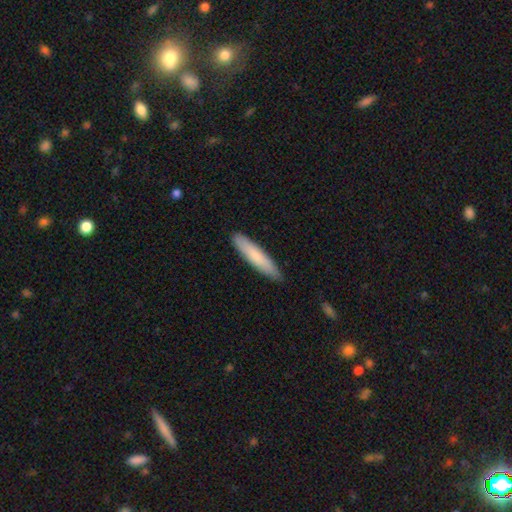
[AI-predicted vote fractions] Smooth or featured?
  - smooth: 79% *
  - featured or disk: 16%
  - star or artifact: 5%
How rounded?
  - cigar-shaped: 88% *
  - in between: 11%
  - round: 1%
Merging?
  - none: 89% *
  - minor disturbance: 9%
  - major disturbance: 1%
  - merger: 1%